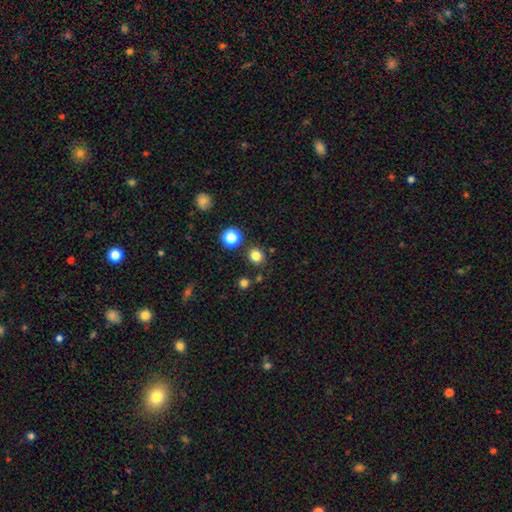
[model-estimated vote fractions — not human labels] A smooth galaxy with no disk features (81%) that is round (86%).

Vote fractions:
- Smooth or featured? smooth: 81% / star or artifact: 15% / featured or disk: 4%
- How rounded? round: 86% / in between: 13% / cigar-shaped: 1%
- Merging? none: 86% / minor disturbance: 7% / merger: 5% / major disturbance: 2%